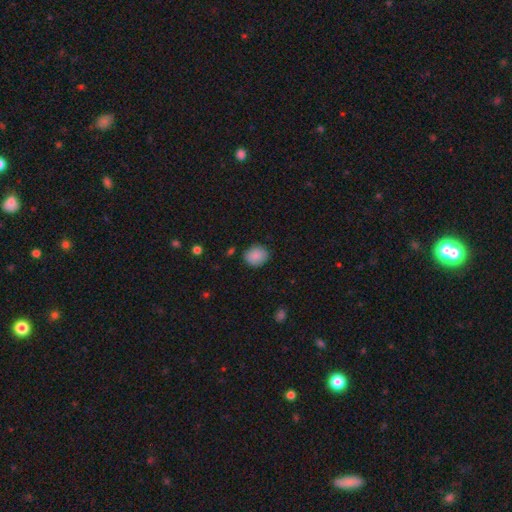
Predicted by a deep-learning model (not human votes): Smooth or featured? smooth (88%)
How rounded? round (65%)
Merging? none (83%)